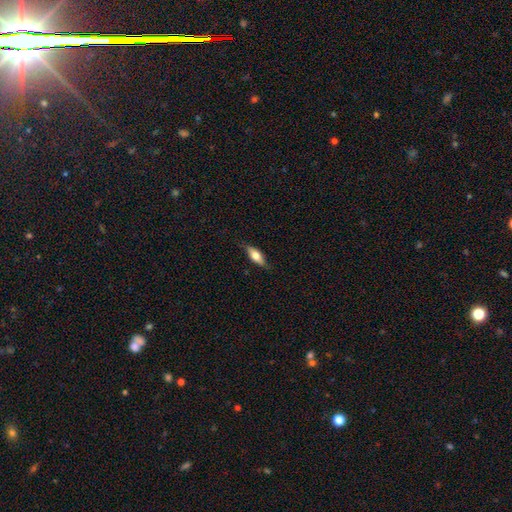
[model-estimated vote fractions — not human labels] A smooth galaxy with no disk features (60%) that is in between round and cigar-shaped (67%). Merging: none (80%).